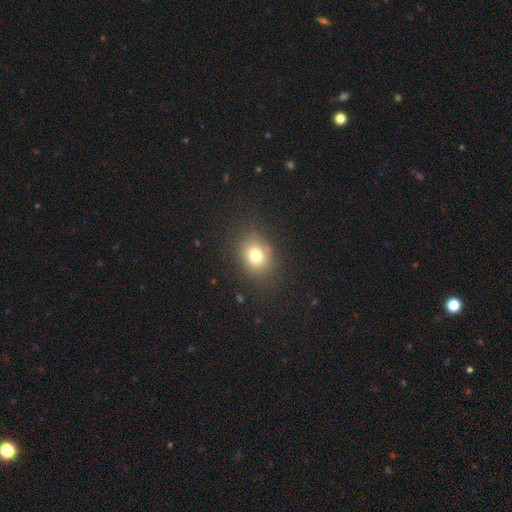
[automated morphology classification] Overall: smooth (75%). How rounded: round (58%; in between 41%). Merging: none (84%).